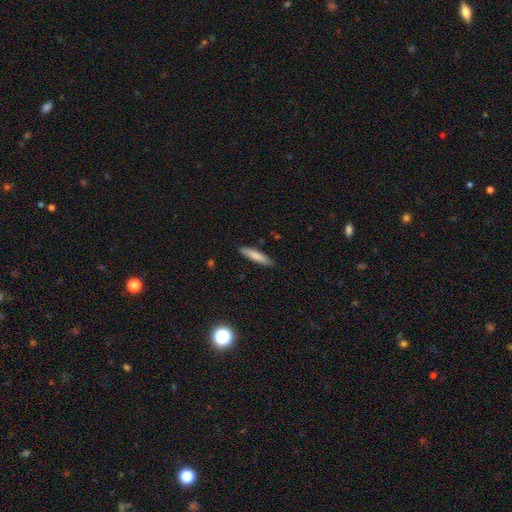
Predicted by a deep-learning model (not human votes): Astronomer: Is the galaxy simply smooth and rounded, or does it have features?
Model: smooth — 80%.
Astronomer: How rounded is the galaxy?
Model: cigar-shaped — 84%.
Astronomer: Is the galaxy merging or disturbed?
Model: none — 88%.